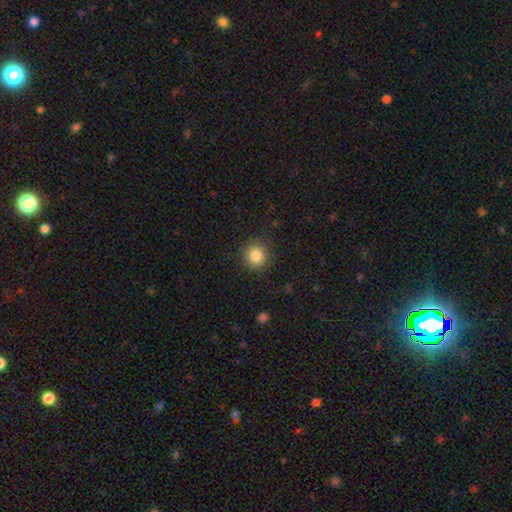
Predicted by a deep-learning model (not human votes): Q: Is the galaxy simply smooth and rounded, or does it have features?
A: smooth — 85%.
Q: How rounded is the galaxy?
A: round — 91%.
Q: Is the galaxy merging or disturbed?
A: none — 88%.